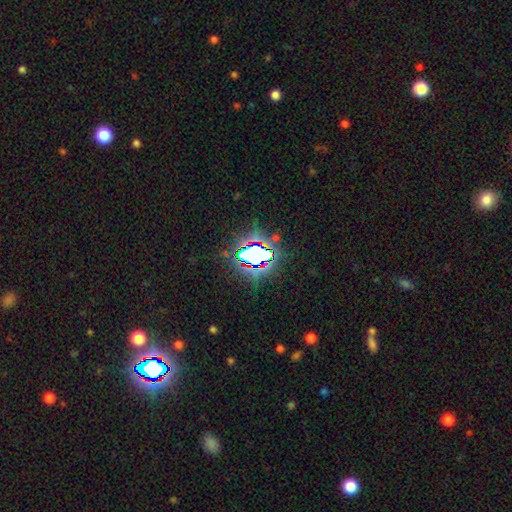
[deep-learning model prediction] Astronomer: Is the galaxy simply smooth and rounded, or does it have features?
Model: star or artifact — 66%.